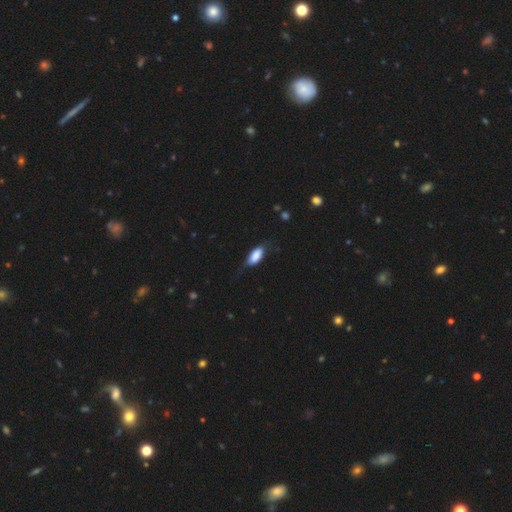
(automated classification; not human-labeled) Smooth or featured? Predicted: smooth (p=0.80). How rounded? Predicted: in between (p=0.86). Merging? Predicted: none (p=0.57).